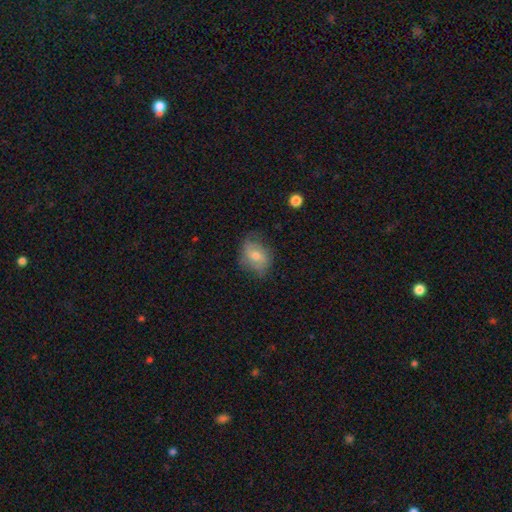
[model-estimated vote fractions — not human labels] Smooth or featured?
  - smooth: 54% *
  - featured or disk: 37%
  - star or artifact: 9%
How rounded?
  - in between: 68% *
  - round: 31%
  - cigar-shaped: 2%
Merging?
  - none: 64% *
  - minor disturbance: 26%
  - major disturbance: 8%
  - merger: 1%